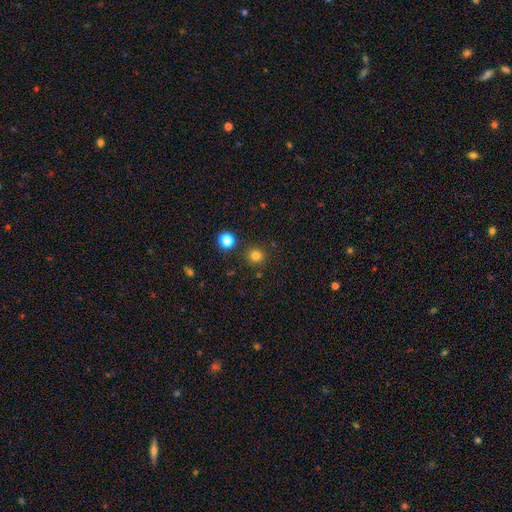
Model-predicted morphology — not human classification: smooth 79%, star or artifact 16%, featured or disk 5%. Down the decision tree: how rounded — round (93%); merging — none (87%).